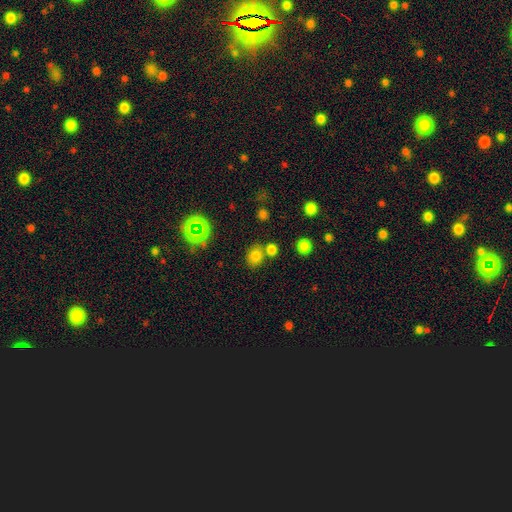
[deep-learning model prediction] The model was most divided on "how rounded": round: 70%, in between: 29%, cigar-shaped: 1%. More confident: smooth or featured — smooth (75%); merging — none (67%).